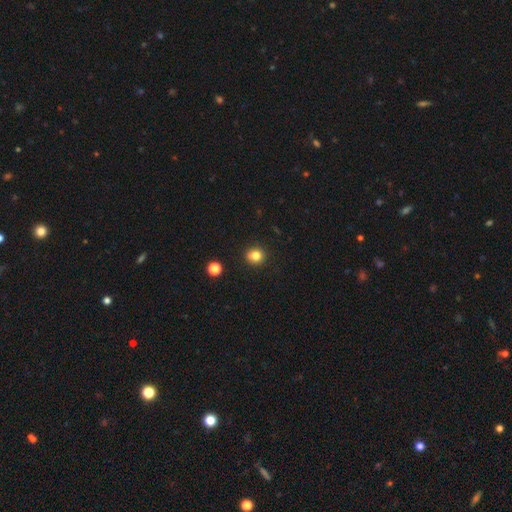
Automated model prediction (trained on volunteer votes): A smooth galaxy with no disk features (81%) that is round (83%). Merging: none (87%).